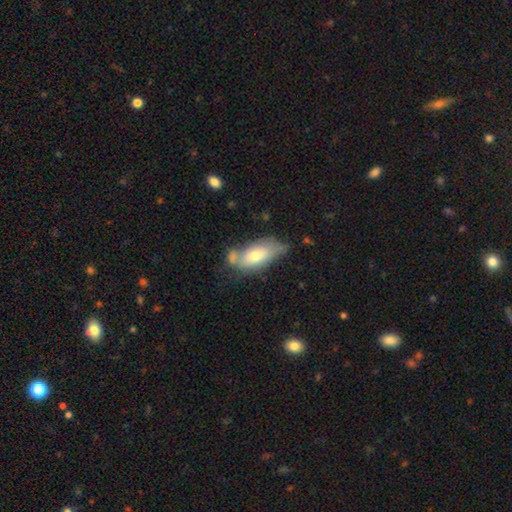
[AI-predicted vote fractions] Smooth or featured? Predicted: smooth (p=0.67). How rounded? Predicted: in between (p=0.84). Merging? Predicted: none (p=0.41).